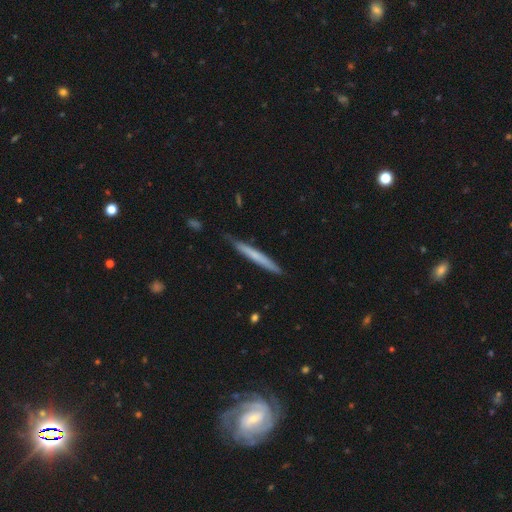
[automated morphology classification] type=smooth (57%); roundness=cigar-shaped (97%); merging=none (84%).